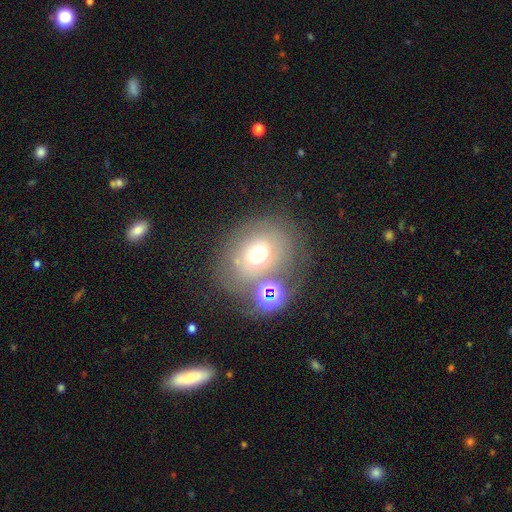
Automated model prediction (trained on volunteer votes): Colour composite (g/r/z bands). It shows a smooth galaxy with no disk features (47%). Merging: none (61%).